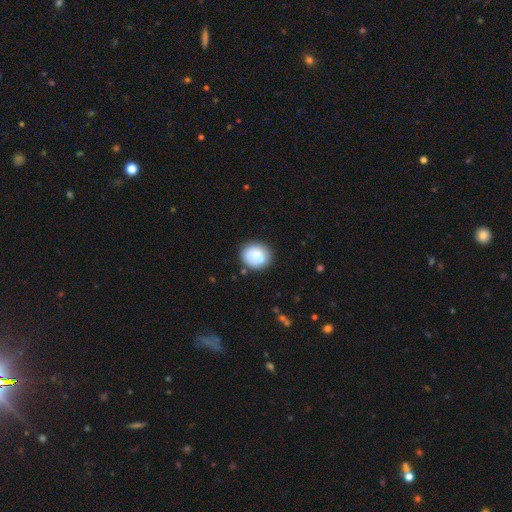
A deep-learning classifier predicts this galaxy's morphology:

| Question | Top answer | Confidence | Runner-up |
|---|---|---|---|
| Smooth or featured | smooth | 84% | featured or disk (8%) |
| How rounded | round | 74% | in between (25%) |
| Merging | none | 77% | minor disturbance (15%) |